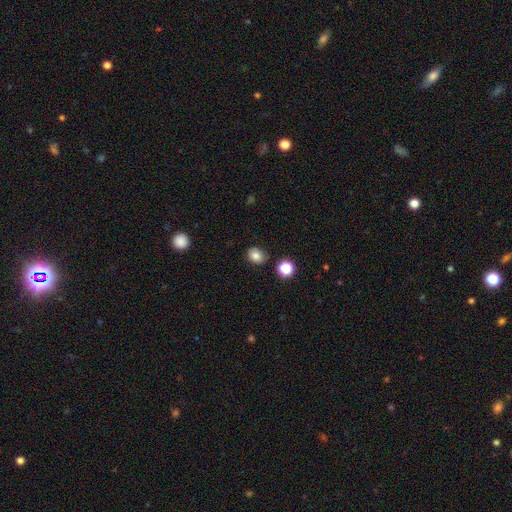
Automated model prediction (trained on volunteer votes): A smooth galaxy with no disk features (81%) that is round (59%).

Vote fractions:
- Smooth or featured? smooth: 81% / star or artifact: 12% / featured or disk: 7%
- How rounded? round: 59% / in between: 40% / cigar-shaped: 1%
- Merging? none: 85% / minor disturbance: 10% / merger: 3% / major disturbance: 2%